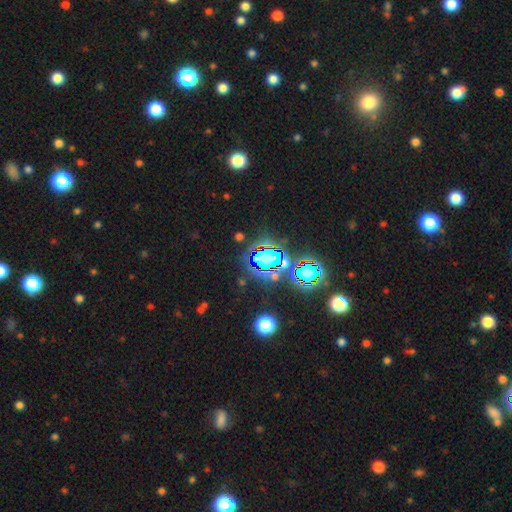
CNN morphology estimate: A star or artifact, not a galaxy (81%).

Vote fractions:
- Smooth or featured? star or artifact: 81% / smooth: 12% / featured or disk: 7%